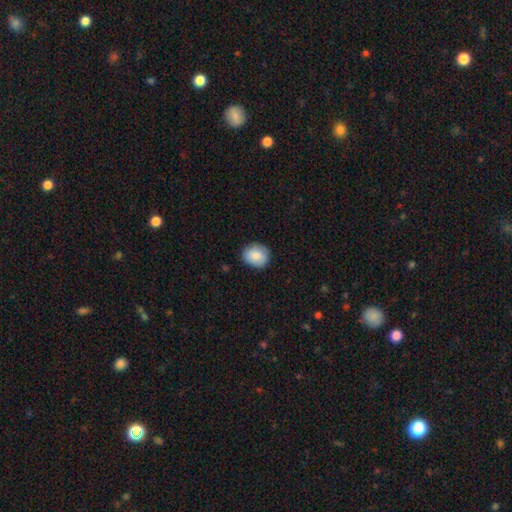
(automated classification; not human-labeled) smooth-or-featured: smooth: 86% | featured or disk: 7% | star or artifact: 7%
  how-rounded: round: 63% | in between: 36% | cigar-shaped: 1%
  merging: none: 84% | minor disturbance: 13% | major disturbance: 2% | merger: 1%